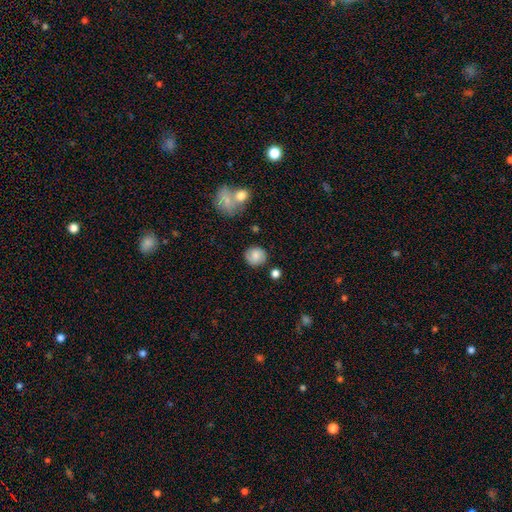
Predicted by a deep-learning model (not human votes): Smooth or featured? smooth (74%)
How rounded? round (85%)
Merging? none (81%)